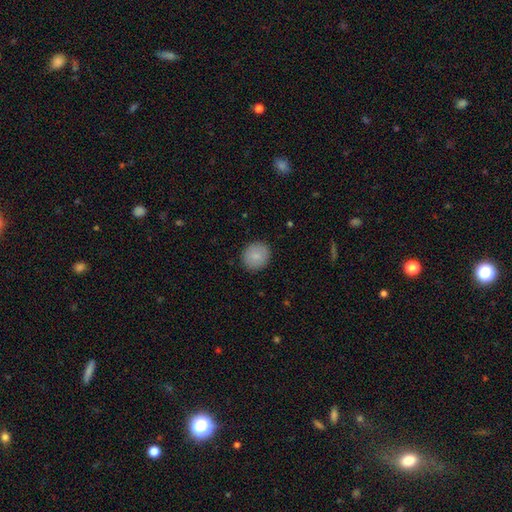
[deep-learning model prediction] Smooth or featured? Predicted: smooth (p=0.86). How rounded? Predicted: round (p=0.88). Merging? Predicted: none (p=0.89).